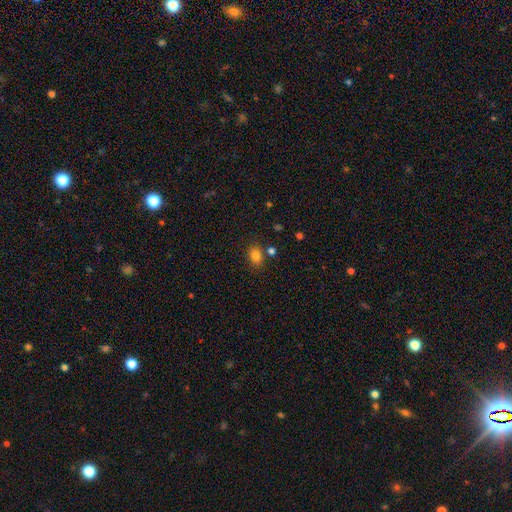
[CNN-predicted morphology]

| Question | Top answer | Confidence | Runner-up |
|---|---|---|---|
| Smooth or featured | smooth | 82% | star or artifact (12%) |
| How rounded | in between | 68% | round (31%) |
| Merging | none | 77% | minor disturbance (12%) |